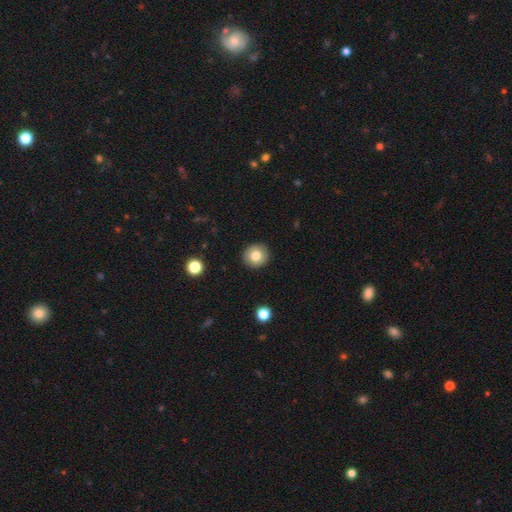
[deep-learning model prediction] A smooth galaxy with no disk features (79%) that is round (89%). Merging: none (91%).